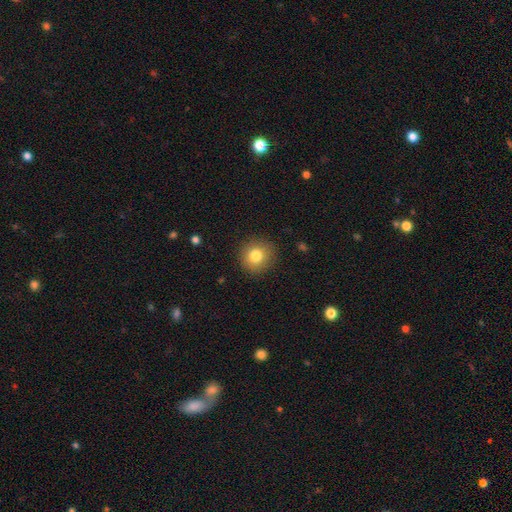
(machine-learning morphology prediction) Q: Smooth or featured?
A: smooth (81%); runner-up: star or artifact (10%)
Q: How rounded?
A: round (91%); runner-up: in between (8%)
Q: Merging?
A: none (89%); runner-up: minor disturbance (7%)